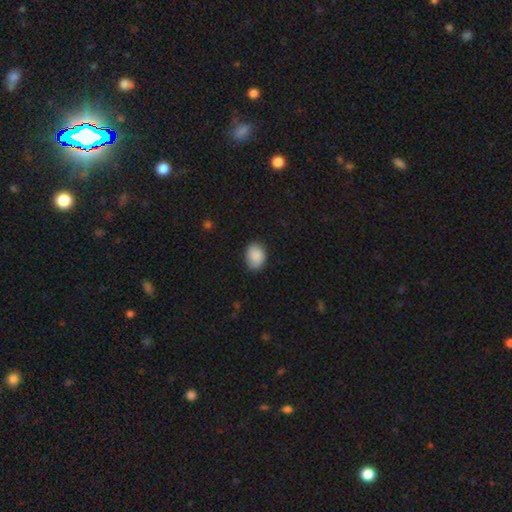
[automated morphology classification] Smooth or featured? Predicted: smooth (p=0.89). How rounded? Predicted: in between (p=0.64). Merging? Predicted: none (p=0.82).